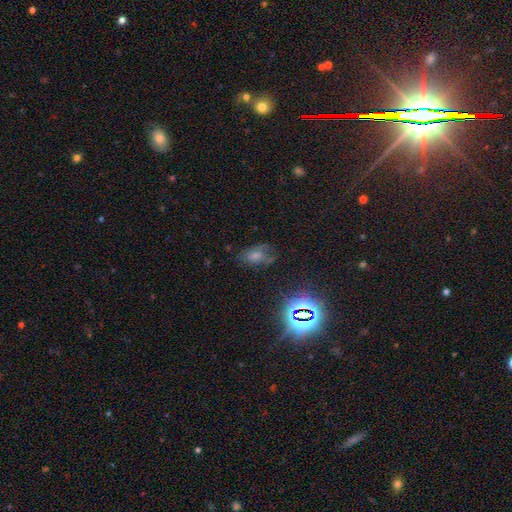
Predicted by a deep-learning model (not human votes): smooth 37% (tied), star or artifact 37% (tied), featured or disk 26%. Down the decision tree: merging — none (57%).